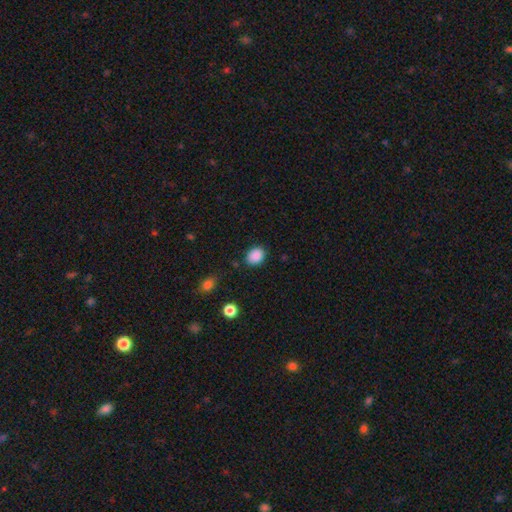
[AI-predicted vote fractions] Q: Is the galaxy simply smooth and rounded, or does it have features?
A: smooth — 87%.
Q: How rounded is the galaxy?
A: in between — 55%.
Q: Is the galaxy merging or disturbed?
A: none — 82%.